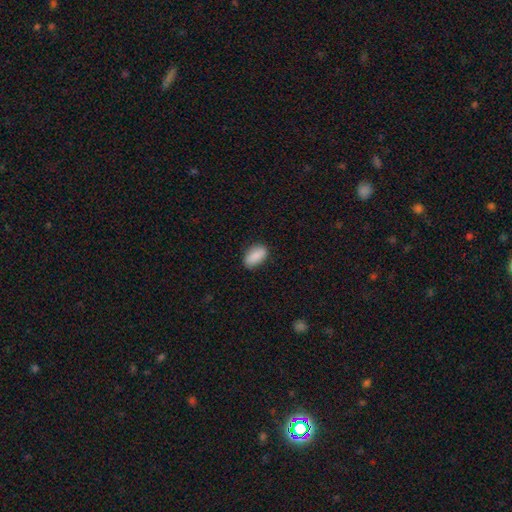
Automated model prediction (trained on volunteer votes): Smooth or featured? Predicted: smooth (p=0.88). How rounded? Predicted: in between (p=0.93). Merging? Predicted: none (p=0.86).